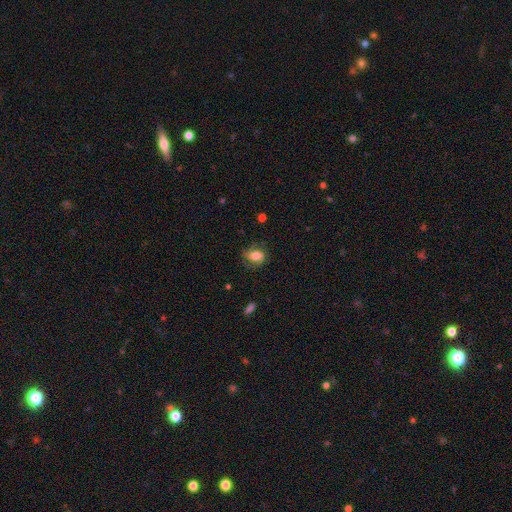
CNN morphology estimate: Overall: smooth (61%; featured or disk 30%). How rounded: in between (72%). Merging: none (64%; minor disturbance 24%).